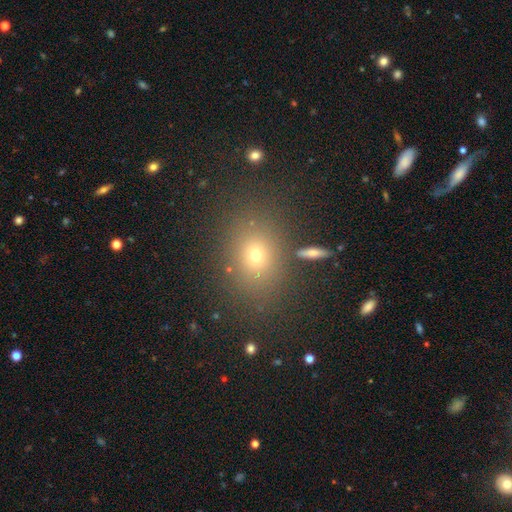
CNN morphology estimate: Overall: smooth (68%). How rounded: in between (57%; round 42%). Merging: none (80%).